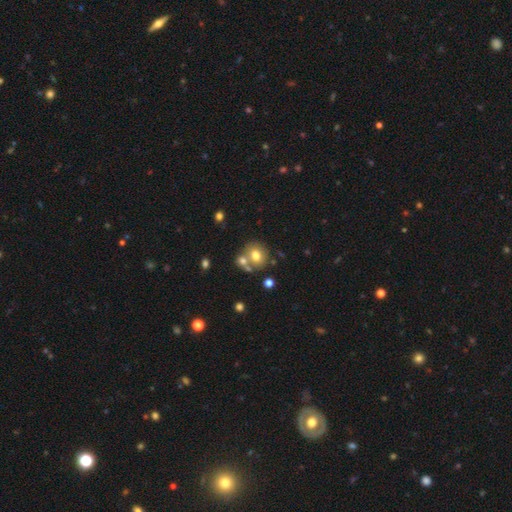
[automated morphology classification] Smooth or featured?
  - smooth: 70% *
  - featured or disk: 19%
  - star or artifact: 11%
How rounded?
  - round: 69% *
  - in between: 30%
  - cigar-shaped: 1%
Merging?
  - none: 49% *
  - merger: 35%
  - minor disturbance: 11%
  - major disturbance: 5%